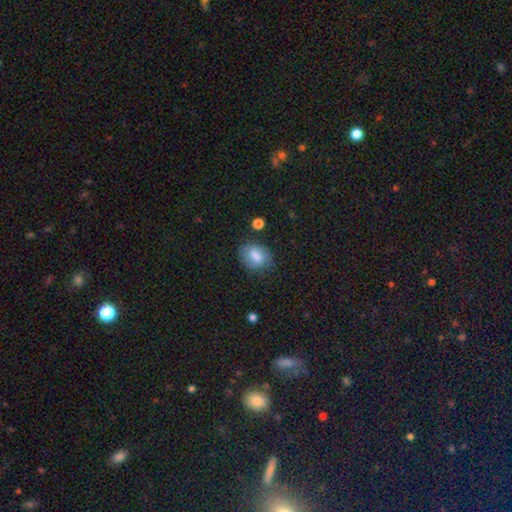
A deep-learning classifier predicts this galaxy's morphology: A smooth galaxy with no disk features (76%) that is in between round and cigar-shaped (71%). Merging: none (69%).